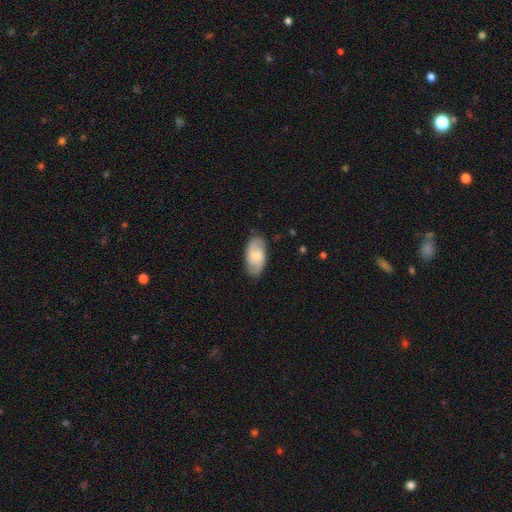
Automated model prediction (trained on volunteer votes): The model was most divided on "bar": no: 48%, weak: 44%, strong: 8%. Remaining: edge-on disk — no (94%); spiral arms — yes (90%); merging — none (81%); smooth or featured — featured or disk (58%); bulge size — small (46%).